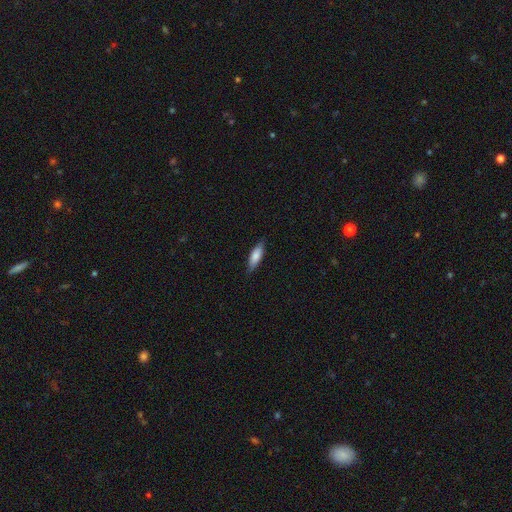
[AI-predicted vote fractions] Overall: smooth (77%). How rounded: in between (58%; cigar-shaped 40%). Merging: none (80%).